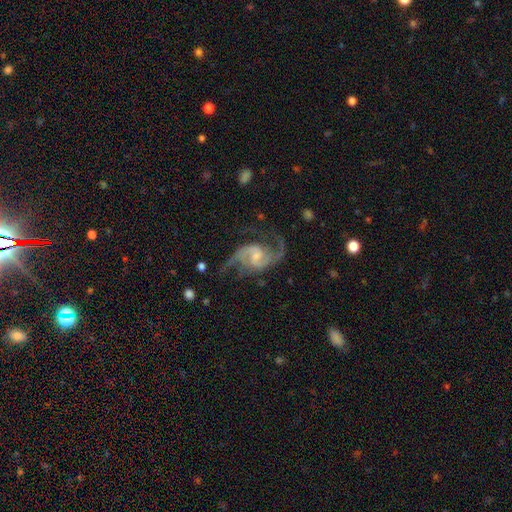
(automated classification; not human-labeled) smooth_or_featured: featured or disk (p=0.91) [alt: star or artifact p=0.05]
disk_edge_on: no (p=0.98) [alt: yes p=0.02]
bar: weak (p=0.51) [alt: no p=0.37]
has_spiral_arms: yes (p=0.98) [alt: no p=0.02]
spiral_winding: medium (p=0.49) [alt: loose p=0.42]
spiral_arm_count: 2 (p=0.92) [alt: can't tell p=0.02]
bulge_size: small (p=0.45) [alt: moderate p=0.37]
merging: none (p=0.71) [alt: minor disturbance p=0.16]